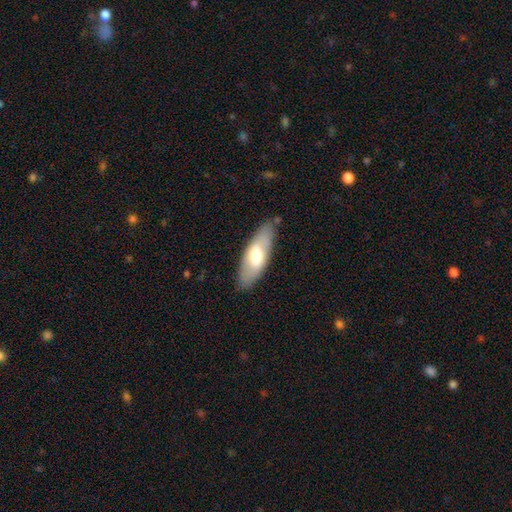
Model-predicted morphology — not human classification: Smooth or featured? Predicted: smooth (p=0.60). How rounded? Predicted: in between (p=0.68). Merging? Predicted: none (p=0.82).